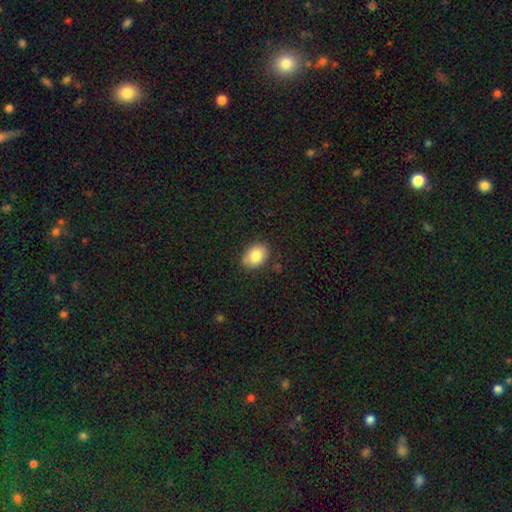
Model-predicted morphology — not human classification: Overall: smooth (82%). How rounded: in between (70%). Merging: none (83%).